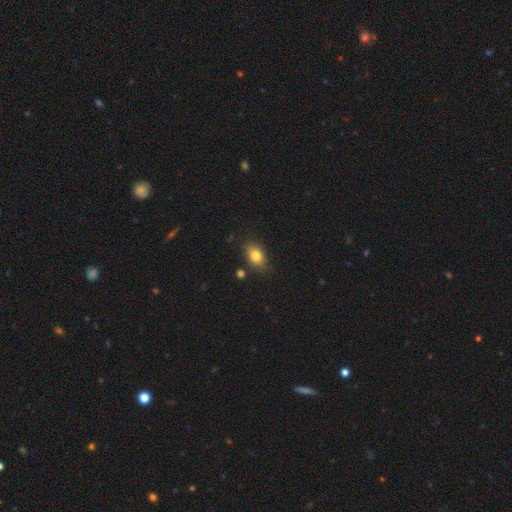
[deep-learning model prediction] Overall: smooth (81%). How rounded: in between (80%). Merging: none (80%).